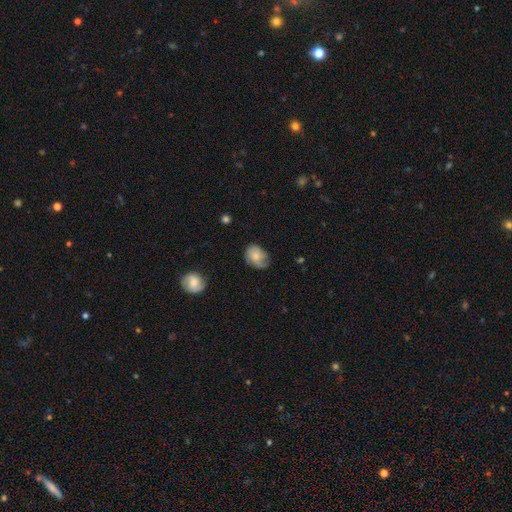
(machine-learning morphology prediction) A smooth galaxy with no disk features (58%) that is in between round and cigar-shaped (64%). Merging: none (51%).